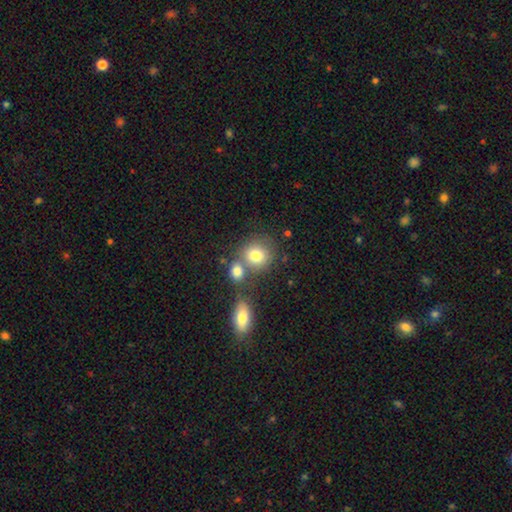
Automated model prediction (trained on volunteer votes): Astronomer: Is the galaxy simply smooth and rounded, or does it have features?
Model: smooth — 79%.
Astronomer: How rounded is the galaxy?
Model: round — 79%.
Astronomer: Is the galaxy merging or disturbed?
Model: none — 55% (runner-up: merger, 31%).